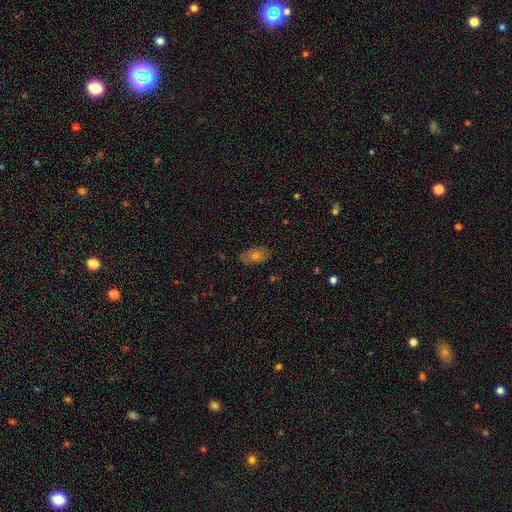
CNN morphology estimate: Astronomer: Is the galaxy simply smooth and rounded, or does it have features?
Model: smooth — 57%.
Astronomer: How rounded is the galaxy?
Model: in between — 87%.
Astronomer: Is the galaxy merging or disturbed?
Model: none — 80%.